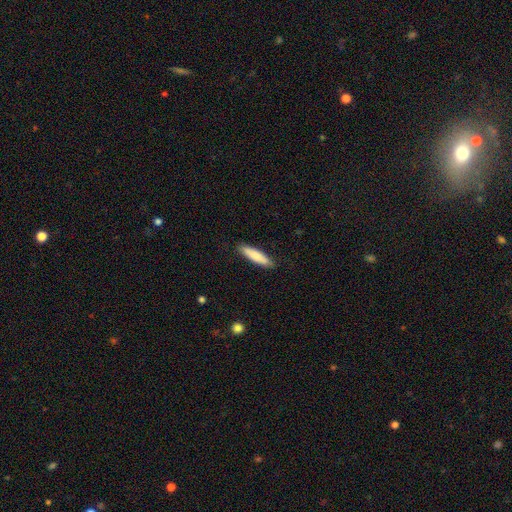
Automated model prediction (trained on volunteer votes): smooth 80%, featured or disk 15%, star or artifact 5%. Down the decision tree: how rounded — cigar-shaped (78%); merging — none (87%).